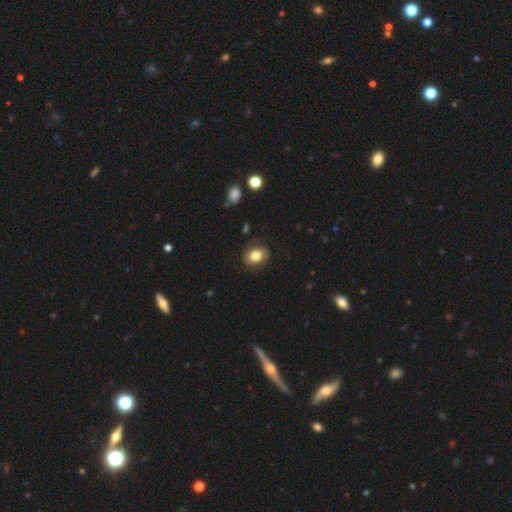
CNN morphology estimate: type=smooth (80%); roundness=round (53%); merging=none (83%).